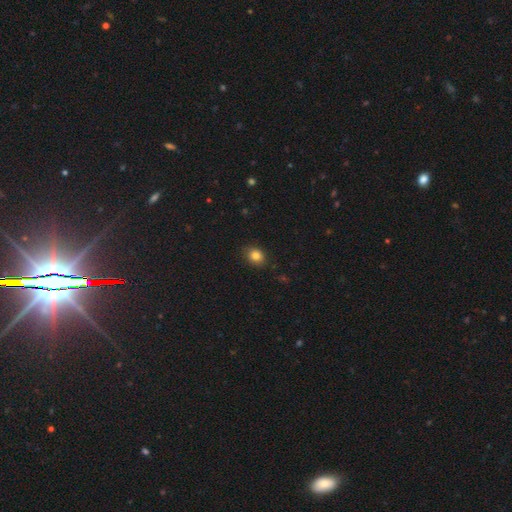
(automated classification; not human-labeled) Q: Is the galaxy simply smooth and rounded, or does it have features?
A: smooth — 83%.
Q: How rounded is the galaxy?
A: round — 54%.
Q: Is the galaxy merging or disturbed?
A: none — 87%.